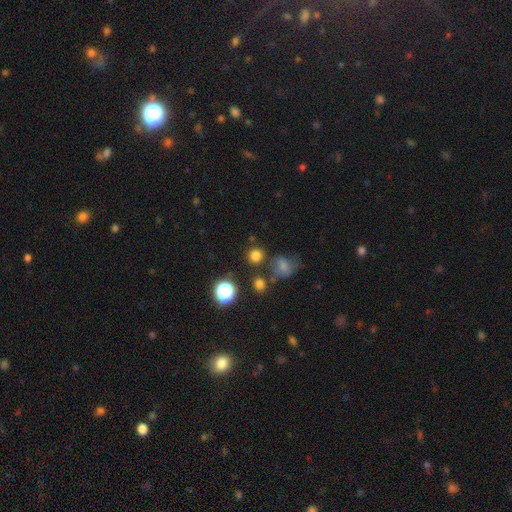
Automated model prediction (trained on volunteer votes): This appears to be a smooth galaxy with no disk features (76%) that is round (88%). Merging: none (76%).